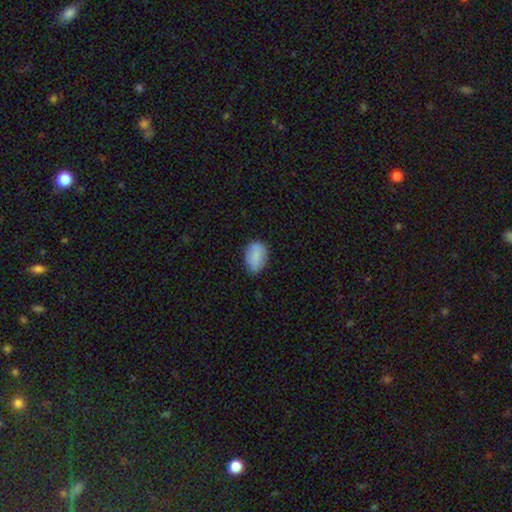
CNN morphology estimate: smooth 81%, featured or disk 11%, star or artifact 8%. Down the decision tree: how rounded — in between (83%); merging — none (68%).